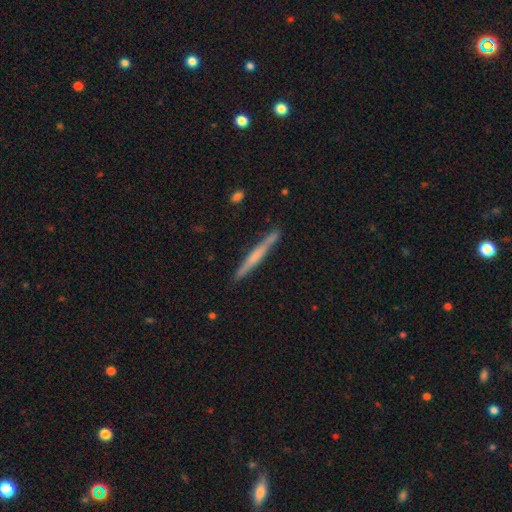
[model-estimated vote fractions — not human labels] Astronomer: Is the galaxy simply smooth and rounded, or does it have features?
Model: featured or disk — 53% (runner-up: smooth, 41%).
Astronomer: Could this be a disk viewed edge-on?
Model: yes — 97%.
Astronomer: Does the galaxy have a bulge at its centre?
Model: none — 58%.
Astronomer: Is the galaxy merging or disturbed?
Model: none — 88%.